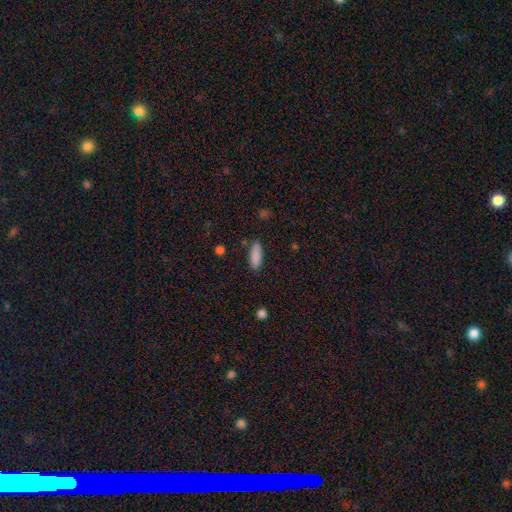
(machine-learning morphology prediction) A smooth galaxy with no disk features (88%) that is in between round and cigar-shaped (62%). Merging: none (84%).